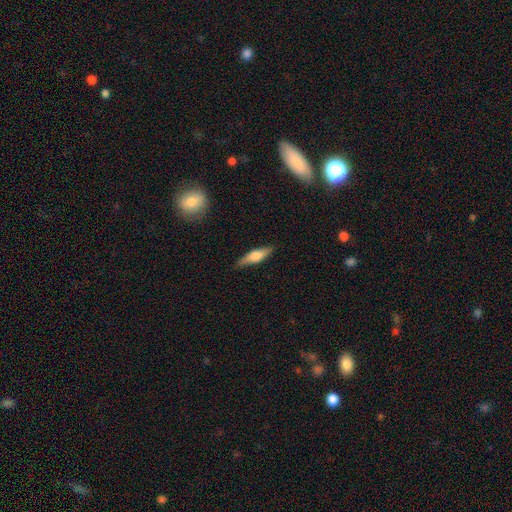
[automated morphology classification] Overall: smooth (58%; featured or disk 36%). How rounded: cigar-shaped (64%; in between 34%). Merging: none (84%).